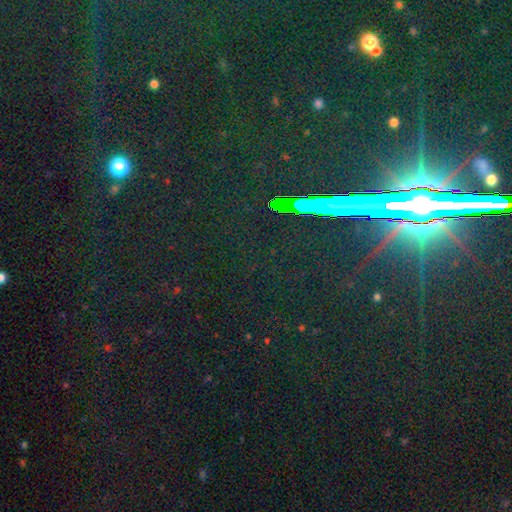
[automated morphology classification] Smooth or featured: star or artifact — 82% (featured or disk — 9%)